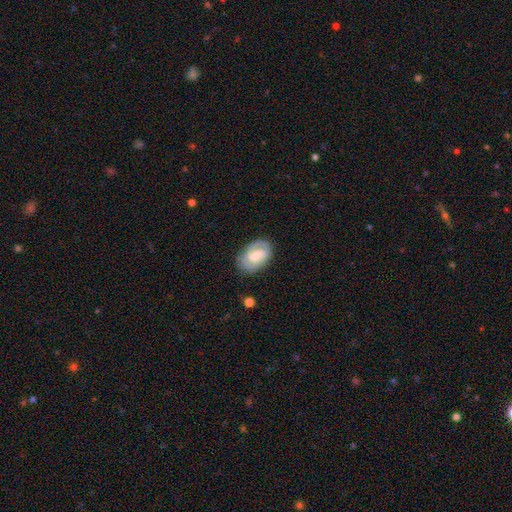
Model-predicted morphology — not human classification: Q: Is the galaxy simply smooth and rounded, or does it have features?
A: featured or disk — 72%.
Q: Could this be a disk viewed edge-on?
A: no — 97%.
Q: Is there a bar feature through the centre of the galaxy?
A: weak — 54%.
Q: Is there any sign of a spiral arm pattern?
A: yes — 92%.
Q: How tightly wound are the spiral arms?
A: tight — 48%.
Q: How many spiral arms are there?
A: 2 — 72%.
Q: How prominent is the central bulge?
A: moderate — 42%, tied with small.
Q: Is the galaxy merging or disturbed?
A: none — 78%.